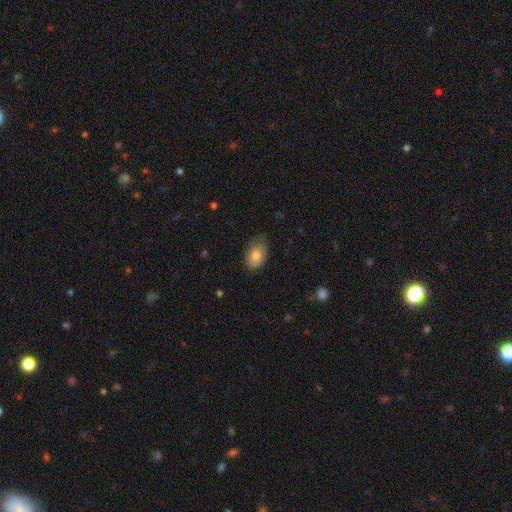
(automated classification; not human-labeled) Overall: smooth (77%). How rounded: in between (88%). Merging: none (63%; minor disturbance 30%).